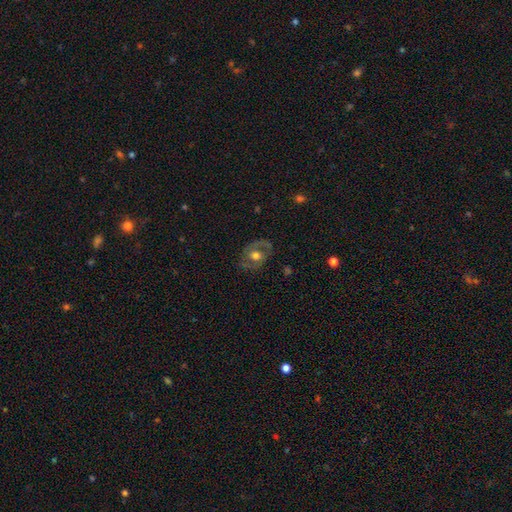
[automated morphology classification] Overall: featured or disk (56%; smooth 36%). Edge-on disk: no (94%). Bar: no (75%). Spiral arms: no (56%; yes 44%). Bulge size: moderate (64%; large 26%). Merging: none (72%).